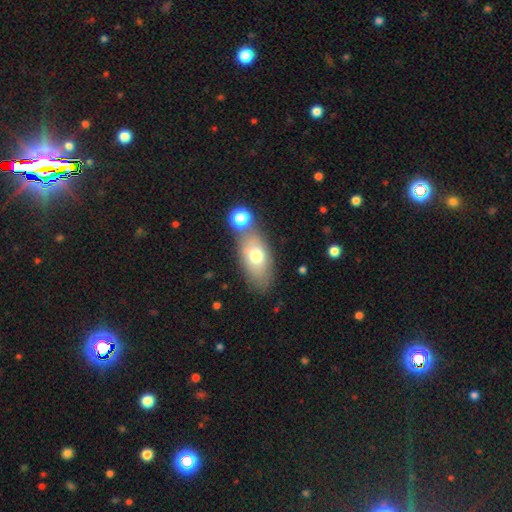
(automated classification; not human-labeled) Smooth or featured?
  - smooth: 69% *
  - featured or disk: 22%
  - star or artifact: 9%
How rounded?
  - in between: 86% *
  - round: 8%
  - cigar-shaped: 6%
Merging?
  - none: 66% *
  - merger: 15%
  - minor disturbance: 14%
  - major disturbance: 5%